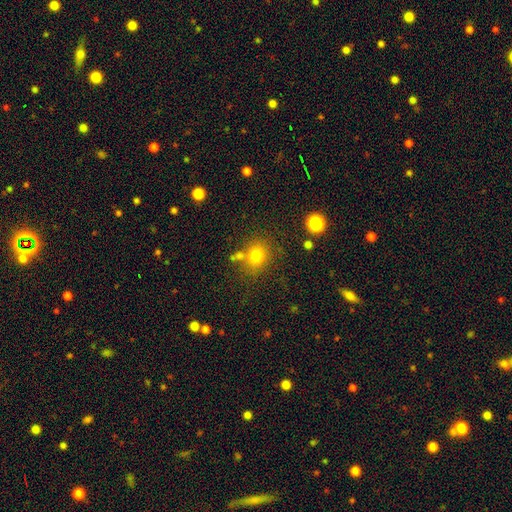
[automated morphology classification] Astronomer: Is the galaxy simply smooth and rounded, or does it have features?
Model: smooth — 76%.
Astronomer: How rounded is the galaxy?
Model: round — 76%.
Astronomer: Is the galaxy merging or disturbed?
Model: none — 70%.